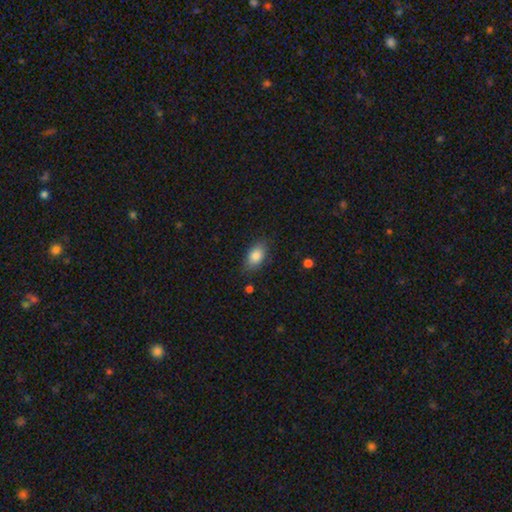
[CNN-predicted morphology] This is clearly a smooth galaxy (84%). How rounded: clearly in between (88%). Merging: clearly none (80%).